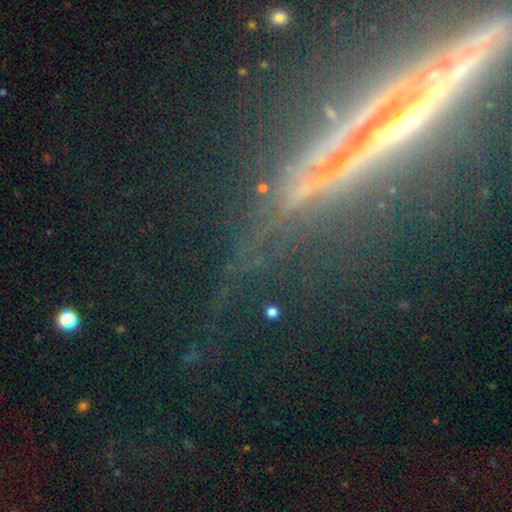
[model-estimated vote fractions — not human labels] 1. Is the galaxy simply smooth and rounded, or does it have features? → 45% featured or disk, 41% star or artifact, 14% smooth.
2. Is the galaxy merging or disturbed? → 70% none, 13% minor disturbance, 11% major disturbance, 6% merger.